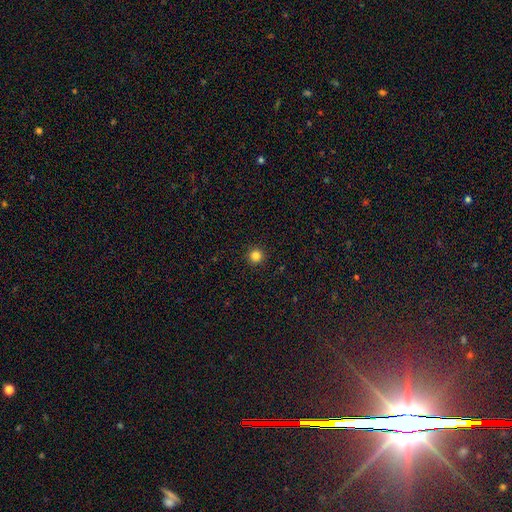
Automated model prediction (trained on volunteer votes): Smooth or featured: smooth — 83% (star or artifact — 13%)
How rounded: round — 96% (in between — 3%)
Merging: none — 93% (minor disturbance — 4%)